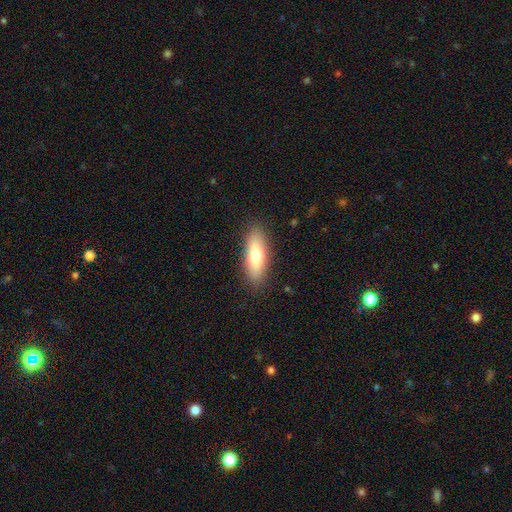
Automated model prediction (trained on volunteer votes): Q: Smooth or featured?
A: smooth (71%); runner-up: featured or disk (22%)
Q: How rounded?
A: in between (58%); runner-up: cigar-shaped (40%)
Q: Merging?
A: none (87%); runner-up: minor disturbance (9%)